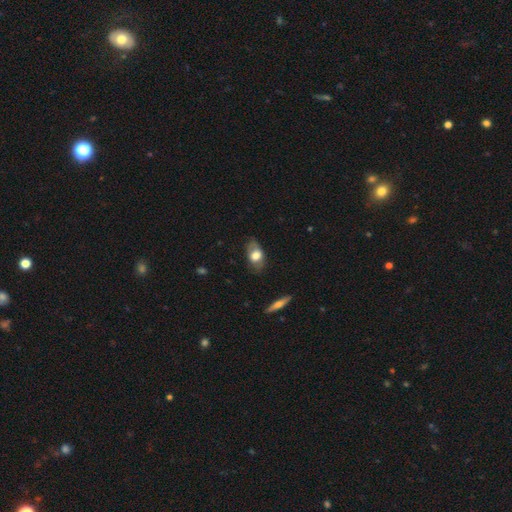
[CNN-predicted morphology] A smooth galaxy with no disk features (64%) that is in between round and cigar-shaped (86%).

Vote fractions:
- Smooth or featured? smooth: 64% / featured or disk: 29% / star or artifact: 7%
- How rounded? in between: 86% / round: 11% / cigar-shaped: 3%
- Merging? none: 68% / minor disturbance: 24% / major disturbance: 6% / merger: 1%